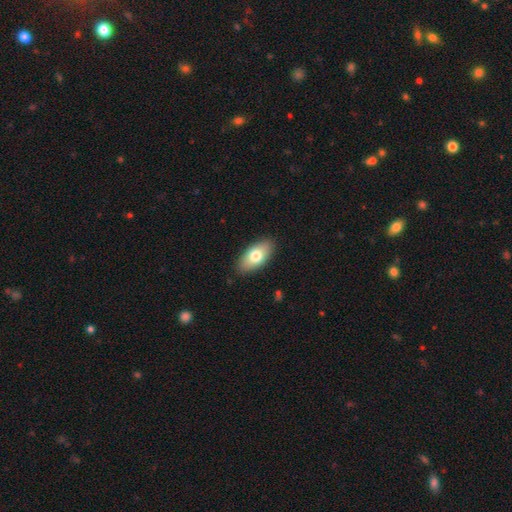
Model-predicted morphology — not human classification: Smooth or featured: smooth — 74% (featured or disk — 19%)
How rounded: in between — 91% (cigar-shaped — 5%)
Merging: none — 87% (minor disturbance — 10%)